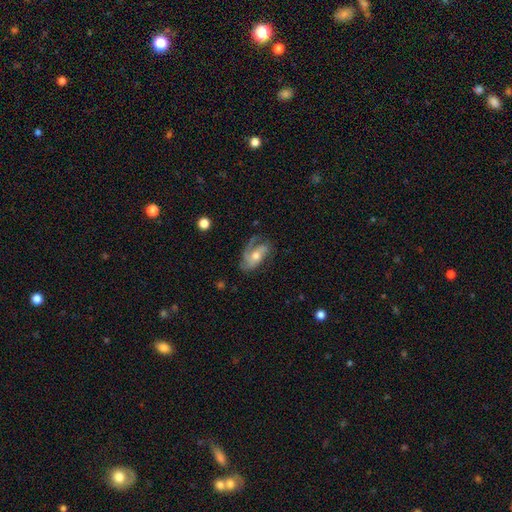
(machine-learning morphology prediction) This is likely a featured or disk galaxy (70%). It is clearly not viewed edge-on (94%). Bar: likely no (65%). Spiral arm pattern: clearly yes (89%). Spiral arm count: marginally 2 (37%). Spiral winding: marginally medium (42%). Central bulge: likely moderate (67%). Merging: possibly none (51%).